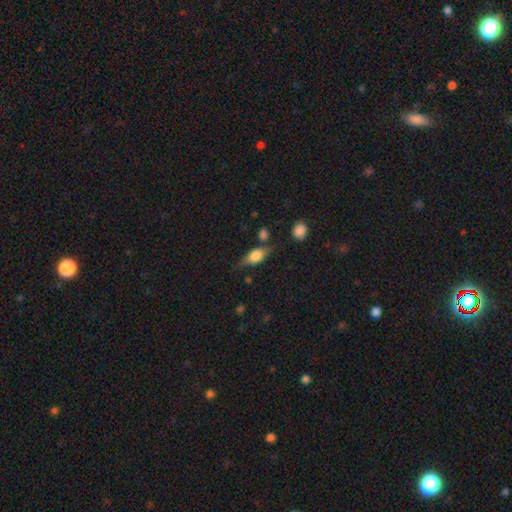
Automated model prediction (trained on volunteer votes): smooth_or_featured: featured or disk (p=0.46) [tied with: smooth p=0.46]
merging: none (p=0.66) [alt: minor disturbance p=0.20]